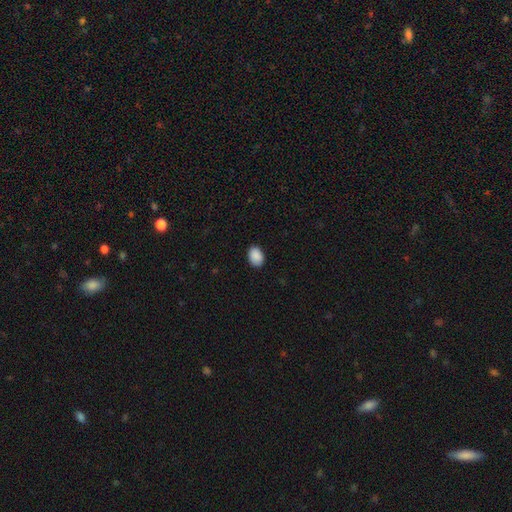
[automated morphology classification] Smooth or featured: smooth — 91% (star or artifact — 7%)
How rounded: in between — 81% (round — 18%)
Merging: none — 88% (minor disturbance — 10%)